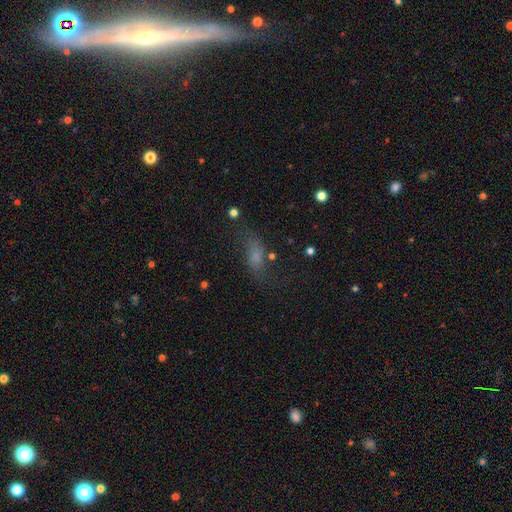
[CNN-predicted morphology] type=smooth (57%); roundness=in between (68%); merging=none (56%).